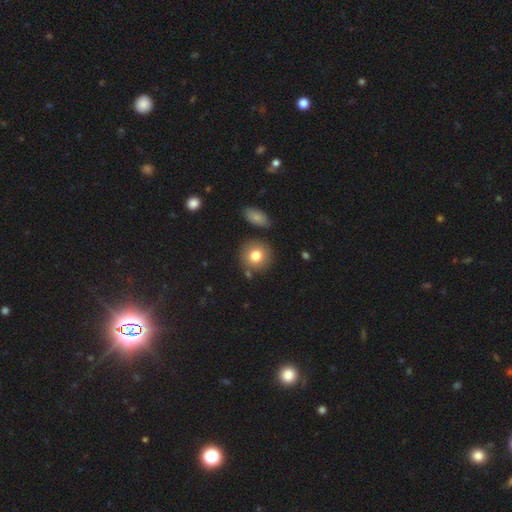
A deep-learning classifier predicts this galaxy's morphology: smooth-or-featured: smooth: 79% | featured or disk: 12% | star or artifact: 9%
  how-rounded: round: 91% | in between: 8% | cigar-shaped: 1%
  merging: none: 82% | minor disturbance: 9% | merger: 7% | major disturbance: 3%